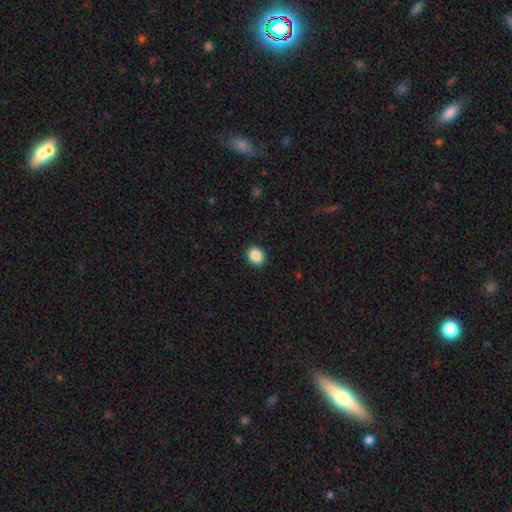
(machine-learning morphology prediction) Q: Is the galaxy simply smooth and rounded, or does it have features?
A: smooth — 88%.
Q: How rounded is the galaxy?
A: round — 62%.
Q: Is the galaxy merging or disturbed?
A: none — 92%.